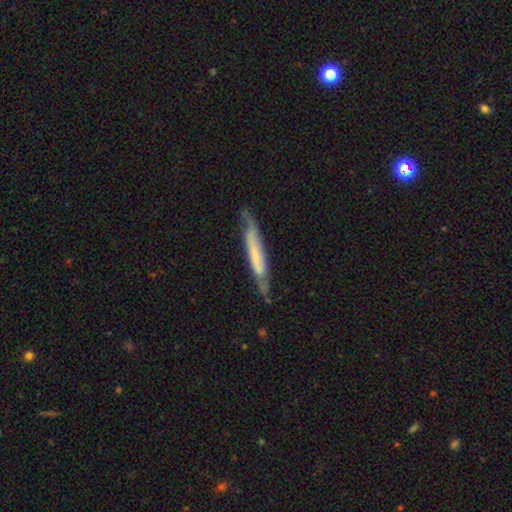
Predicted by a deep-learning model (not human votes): This is possibly a featured or disk galaxy (56%). It is likely viewed edge-on (70%). Merging: likely none (67%).